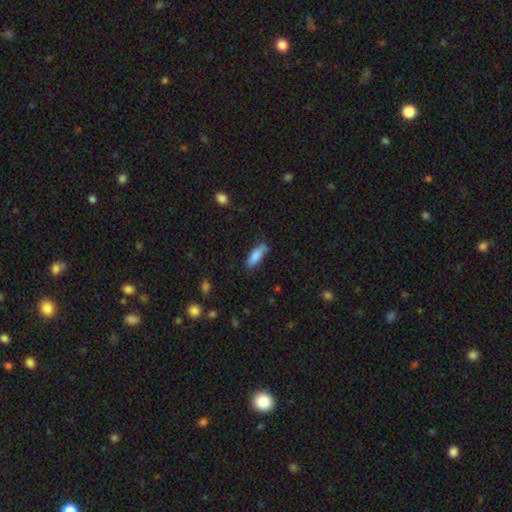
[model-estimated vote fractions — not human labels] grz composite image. It shows a smooth galaxy with no disk features (84%) that is in between round and cigar-shaped (58%). Merging: none (66%).